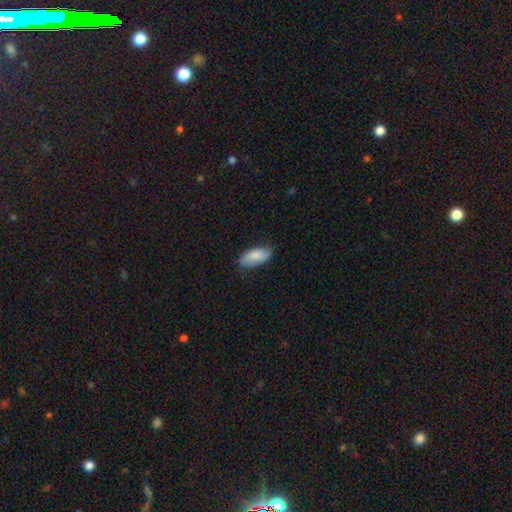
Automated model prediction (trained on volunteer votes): This appears to be a smooth galaxy with no disk features (76%) that is in between round and cigar-shaped (89%). Merging: none (69%).